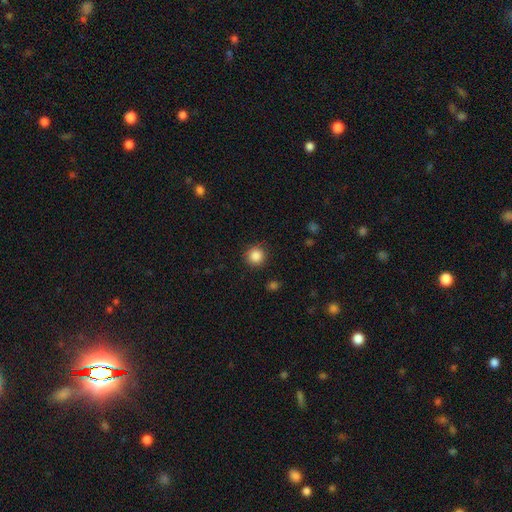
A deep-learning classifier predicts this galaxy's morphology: The model was most divided on "smooth or featured": smooth: 86%, star or artifact: 10%, featured or disk: 4%. More confident: how rounded — round (94%); merging — none (90%).